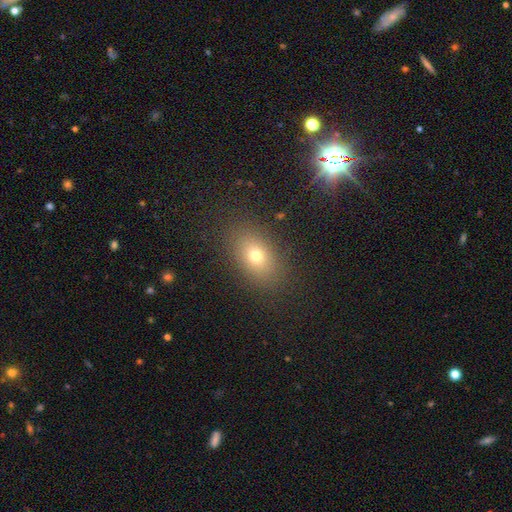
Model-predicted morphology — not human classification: Smooth or featured: smooth — 71% (featured or disk — 14%)
How rounded: in between — 78% (round — 19%)
Merging: none — 86% (minor disturbance — 9%)